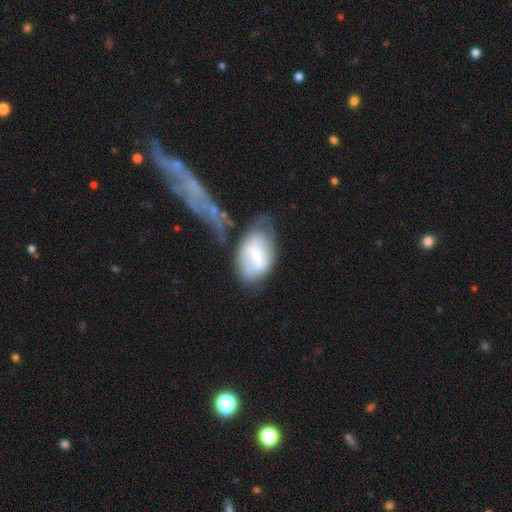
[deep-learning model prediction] Smooth or featured: smooth — 53% (featured or disk — 40%)
How rounded: in between — 89% (round — 8%)
Merging: none — 39% (minor disturbance — 29%)